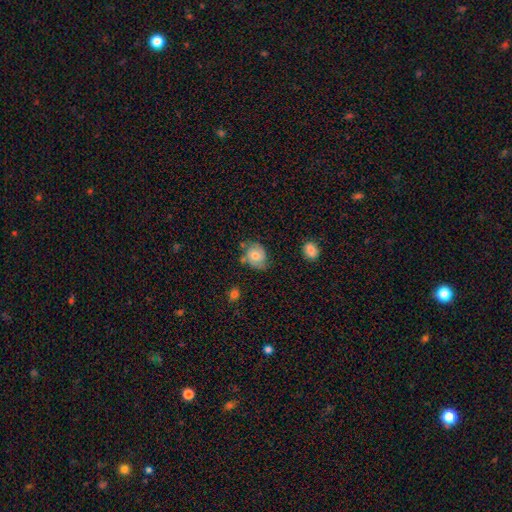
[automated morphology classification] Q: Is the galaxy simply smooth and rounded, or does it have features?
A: smooth — 48%.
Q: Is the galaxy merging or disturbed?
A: none — 60%.